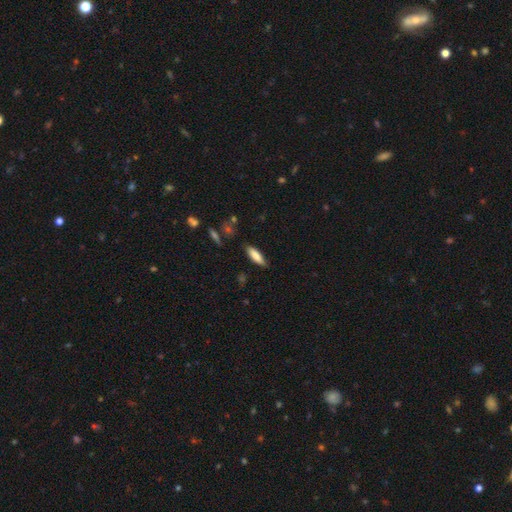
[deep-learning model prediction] Overall: smooth (82%). How rounded: in between (51%; cigar-shaped 47%). Merging: none (81%).